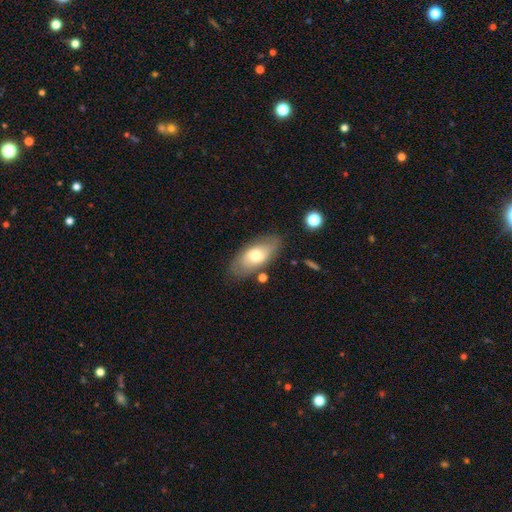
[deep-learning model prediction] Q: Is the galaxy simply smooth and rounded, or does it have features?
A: smooth — 60%.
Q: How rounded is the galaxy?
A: in between — 88%.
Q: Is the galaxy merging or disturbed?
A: none — 78%.